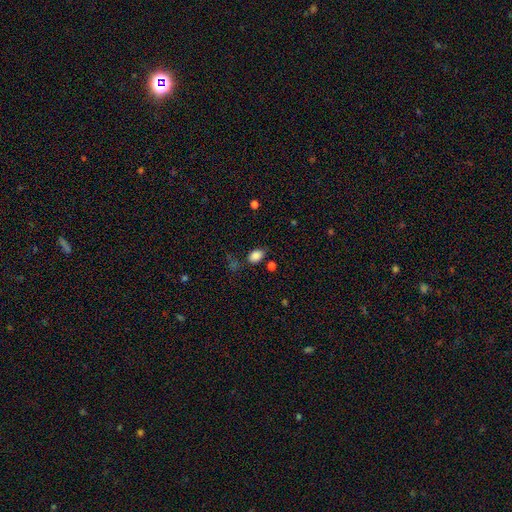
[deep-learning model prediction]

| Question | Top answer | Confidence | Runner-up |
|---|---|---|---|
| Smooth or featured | smooth | 84% | star or artifact (11%) |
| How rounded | in between | 81% | round (18%) |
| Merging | none | 73% | minor disturbance (17%) |